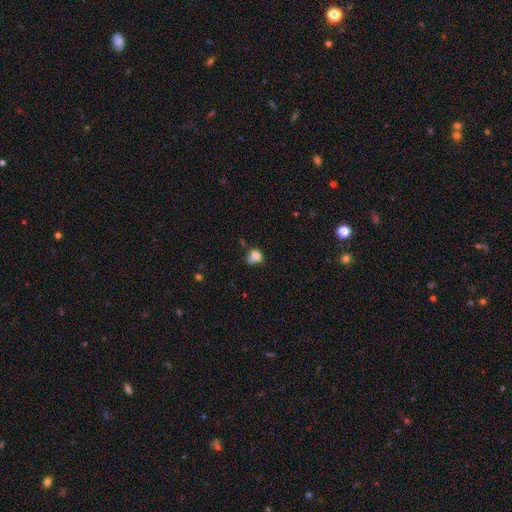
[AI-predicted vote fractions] This appears to be a smooth galaxy with no disk features (71%) that is round (51%). Merging: merger (34%).